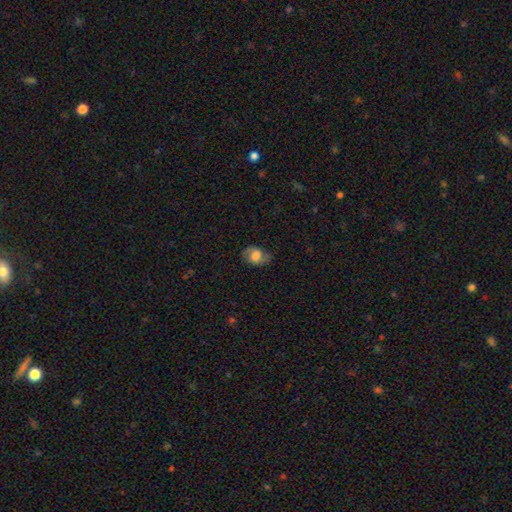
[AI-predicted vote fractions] A smooth galaxy with no disk features (46%).

Vote fractions:
- Smooth or featured? smooth: 46% / featured or disk: 44% / star or artifact: 10%
- Merging? none: 71% / minor disturbance: 19% / major disturbance: 8% / merger: 1%